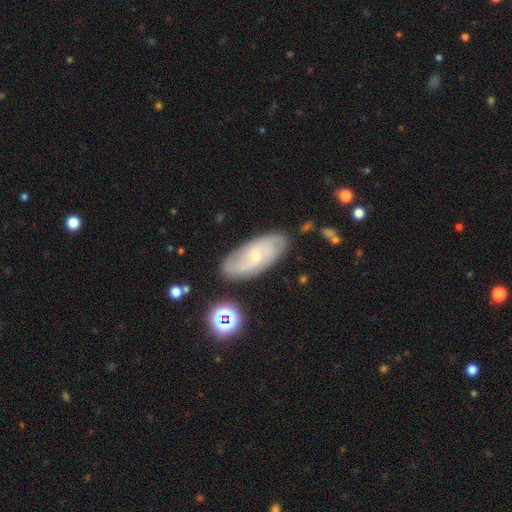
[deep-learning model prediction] Overall: featured or disk (63%; smooth 28%). Edge-on disk: no (91%). Bar: no (53%; weak 40%). Spiral arms: yes (87%). Spiral arm count: 2 (49%; can't tell 33%). Spiral winding: medium (41%; tight 32%). Bulge size: small (72%). Merging: none (76%).